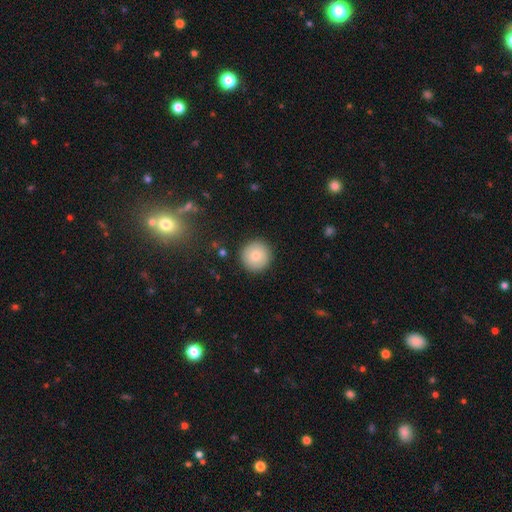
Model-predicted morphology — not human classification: This appears to be a smooth galaxy with no disk features (81%) that is round (96%). Merging: none (91%).